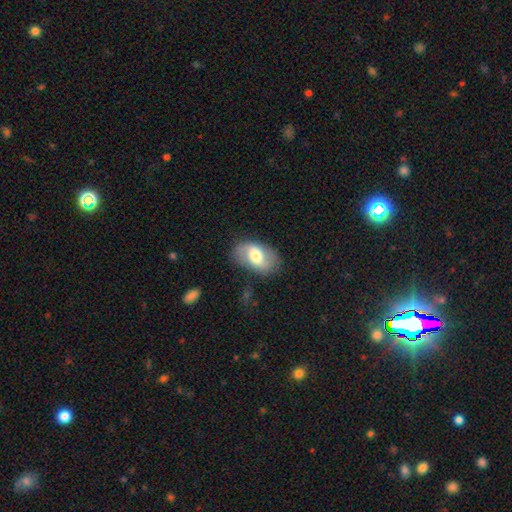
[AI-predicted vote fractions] A smooth galaxy with no disk features (50%).

Vote fractions:
- Smooth or featured? smooth: 50% / featured or disk: 43% / star or artifact: 7%
- Merging? none: 75% / minor disturbance: 17% / major disturbance: 6% / merger: 2%